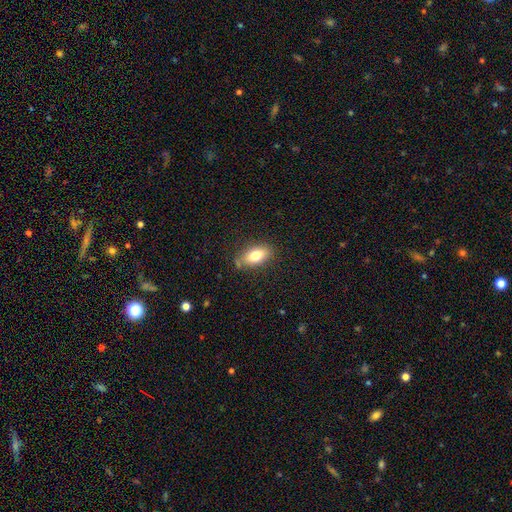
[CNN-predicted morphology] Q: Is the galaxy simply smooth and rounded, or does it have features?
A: smooth — 77%.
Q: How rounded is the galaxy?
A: in between — 88%.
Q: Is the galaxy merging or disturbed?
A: none — 79%.